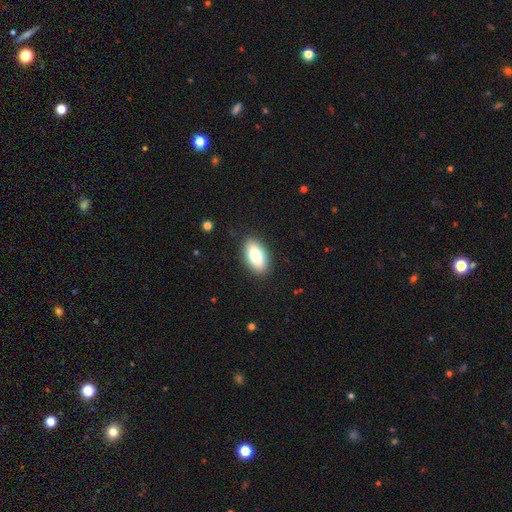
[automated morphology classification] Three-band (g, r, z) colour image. It shows a smooth galaxy with no disk features (77%) that is in between round and cigar-shaped (90%). Merging: none (88%).